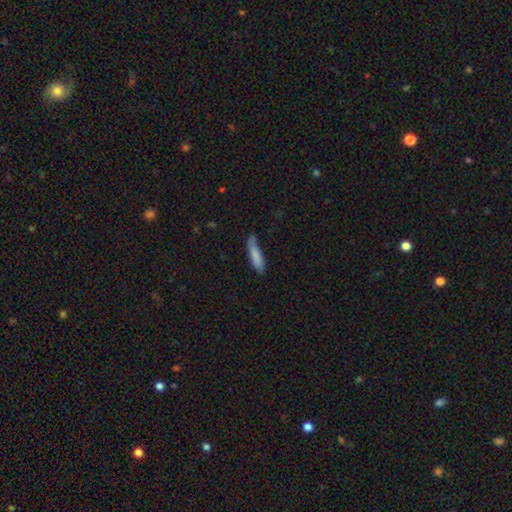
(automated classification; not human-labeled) Q: Smooth or featured?
A: smooth (80%); runner-up: featured or disk (13%)
Q: How rounded?
A: cigar-shaped (79%); runner-up: in between (20%)
Q: Merging?
A: none (67%); runner-up: minor disturbance (25%)